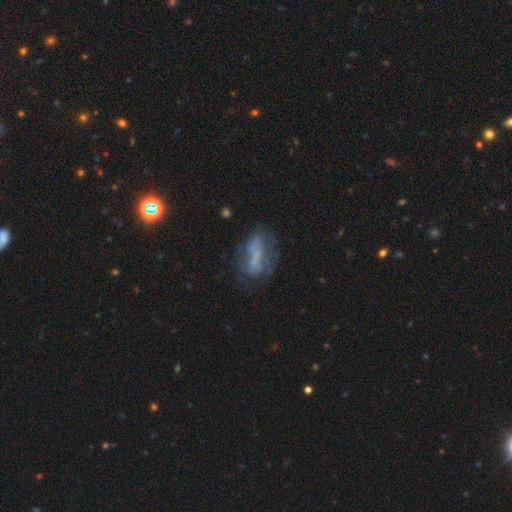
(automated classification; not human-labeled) The model was most divided on "smooth or featured": featured or disk: 46%, smooth: 38%, star or artifact: 16%. Remaining: merging — none (45%).